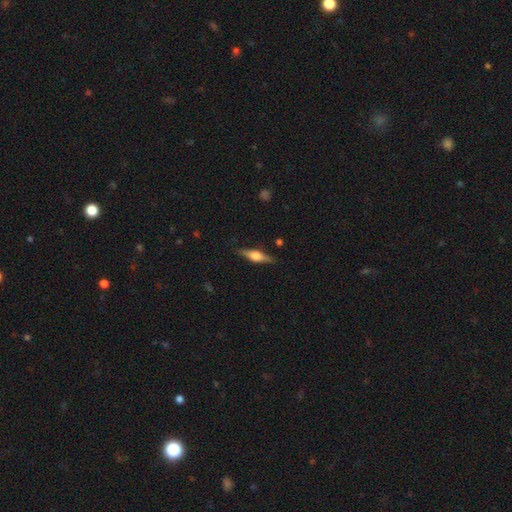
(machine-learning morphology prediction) Smooth or featured? featured or disk (64%)
Edge-on disk? yes (96%)
Edge-on bulge? rounded (88%)
Merging? none (87%)